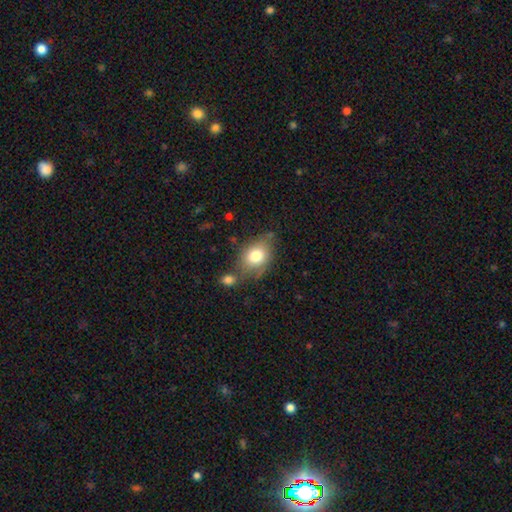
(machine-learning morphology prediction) This appears to be a smooth galaxy with no disk features (78%) that is in between round and cigar-shaped (70%). Merging: none (57%).